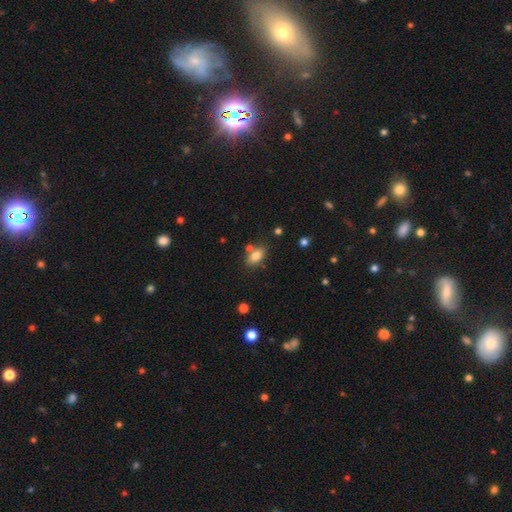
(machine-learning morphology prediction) Smooth or featured? smooth (81%)
How rounded? in between (88%)
Merging? none (71%)